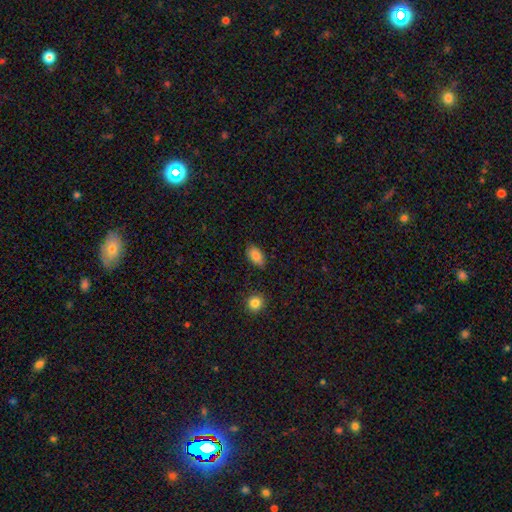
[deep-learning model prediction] Q: Smooth or featured?
A: smooth (84%); runner-up: star or artifact (8%)
Q: How rounded?
A: in between (90%); runner-up: round (7%)
Q: Merging?
A: none (81%); runner-up: minor disturbance (14%)